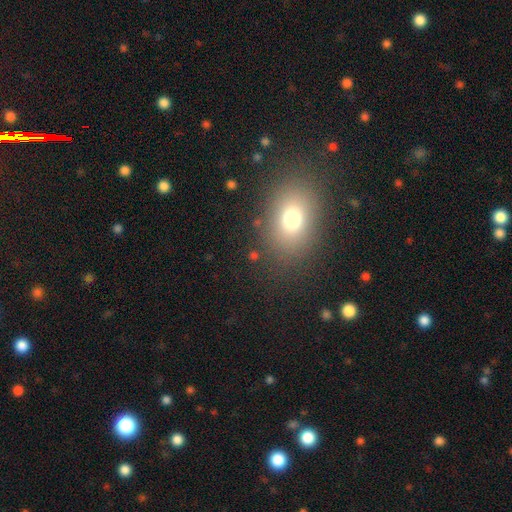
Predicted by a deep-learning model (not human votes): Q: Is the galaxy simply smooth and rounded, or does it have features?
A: smooth — 72%.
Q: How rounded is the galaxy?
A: in between — 72%.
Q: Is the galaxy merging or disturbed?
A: none — 87%.